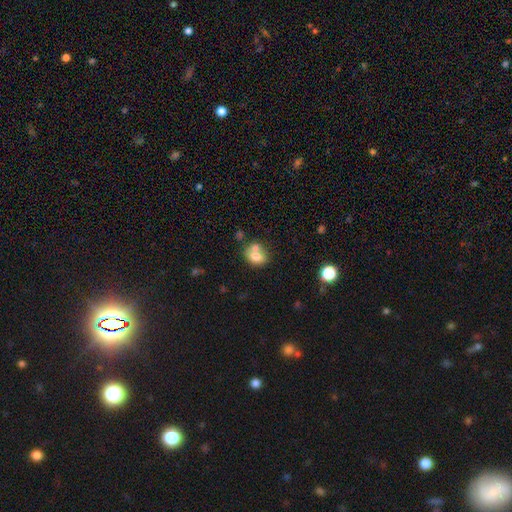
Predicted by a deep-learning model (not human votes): Smooth or featured? smooth (72%)
How rounded? in between (63%)
Merging? merger (45%)